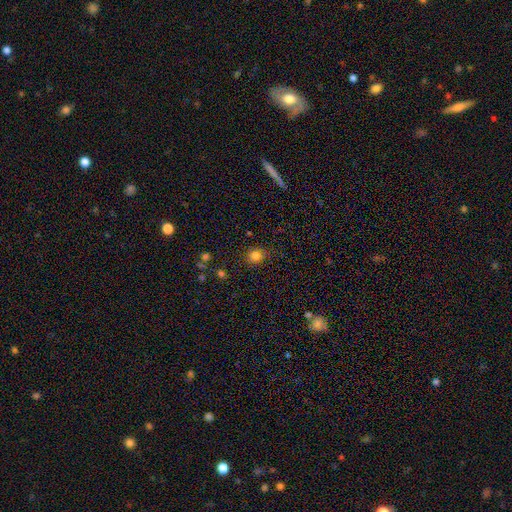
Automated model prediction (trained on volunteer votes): A smooth galaxy with no disk features (82%) that is round (84%). Merging: none (85%).